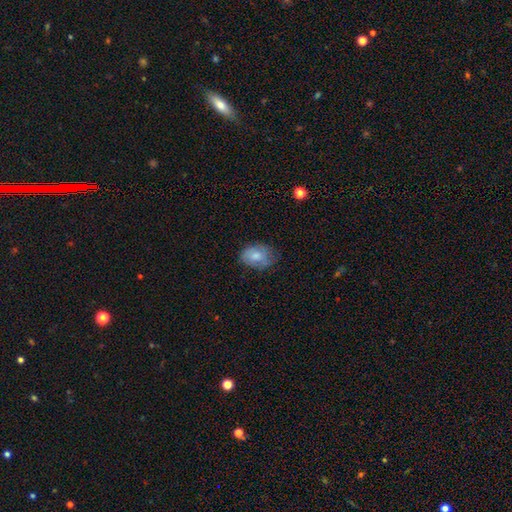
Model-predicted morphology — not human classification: Overall: smooth (78%). How rounded: in between (76%). Merging: none (65%; minor disturbance 26%).